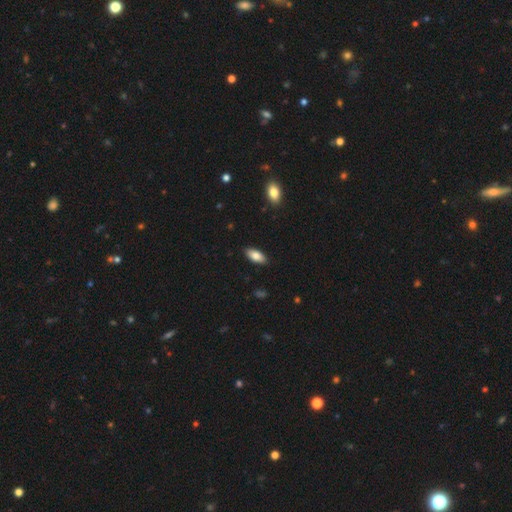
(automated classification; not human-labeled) The model was most divided on "smooth or featured": smooth: 82%, featured or disk: 11%, star or artifact: 6%. More confident: merging — none (88%); how rounded — in between (88%).